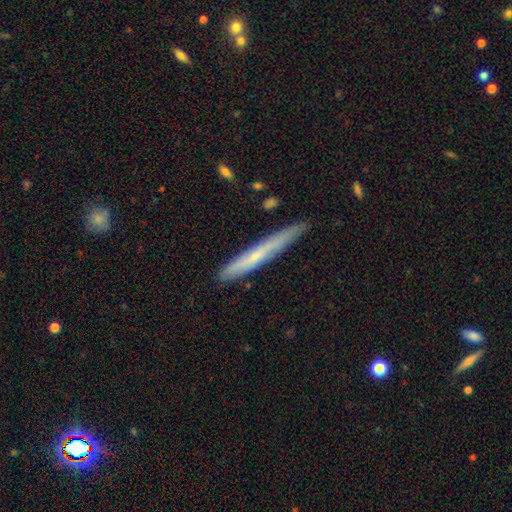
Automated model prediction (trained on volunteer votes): smooth_or_featured: smooth (p=0.52) [alt: featured or disk p=0.42]
how_rounded: cigar-shaped (p=0.97) [alt: in between p=0.02]
merging: none (p=0.83) [alt: minor disturbance p=0.13]